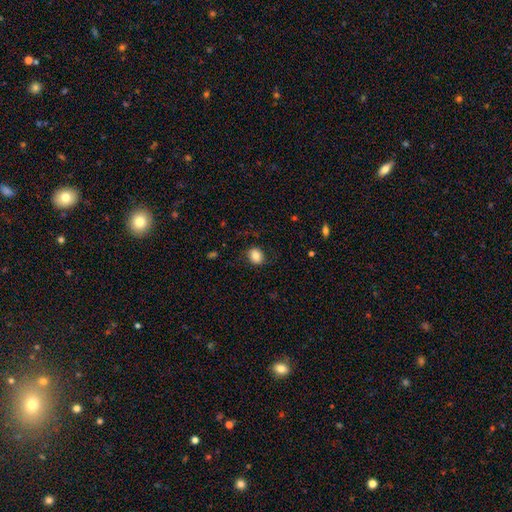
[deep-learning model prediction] smooth-or-featured: smooth: 81% | featured or disk: 10% | star or artifact: 9%
  how-rounded: round: 60% | in between: 39% | cigar-shaped: 1%
  merging: none: 80% | minor disturbance: 15% | major disturbance: 5% | merger: 1%